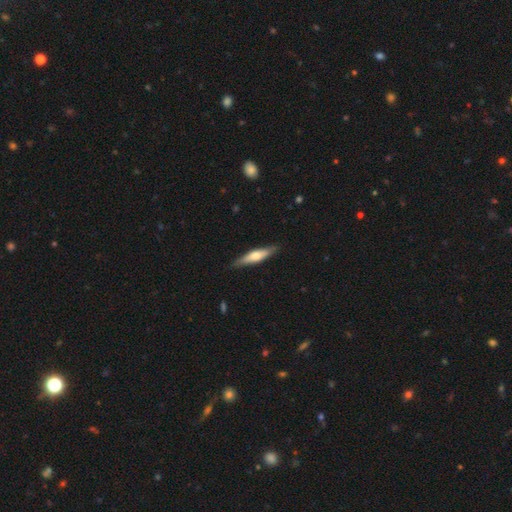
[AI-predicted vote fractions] This is possibly a smooth galaxy (50%). How rounded: likely cigar-shaped (80%). Merging: clearly none (87%).